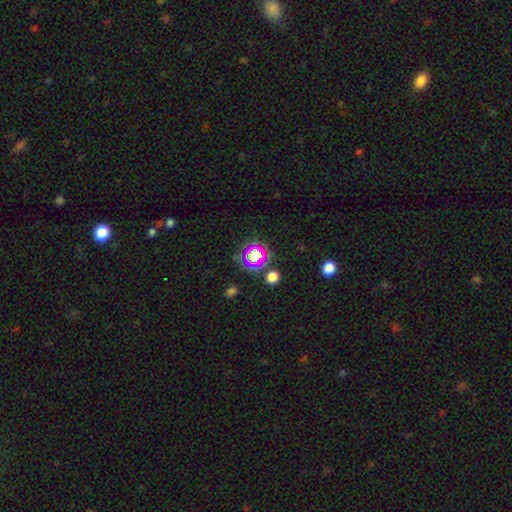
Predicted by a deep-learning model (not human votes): A star or artifact, not a galaxy (58%).